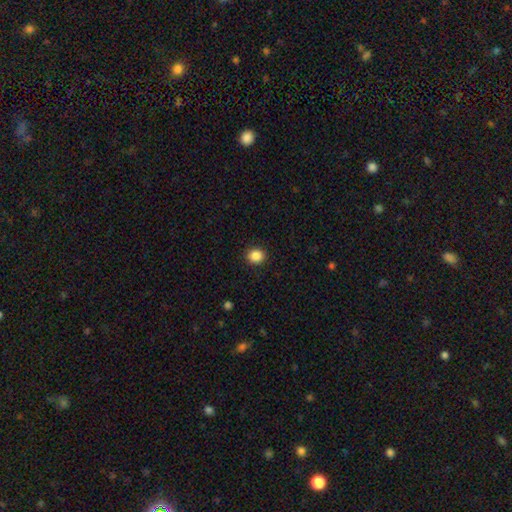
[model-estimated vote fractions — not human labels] Q: Smooth or featured?
A: smooth (87%); runner-up: star or artifact (10%)
Q: How rounded?
A: round (83%); runner-up: in between (16%)
Q: Merging?
A: none (91%); runner-up: minor disturbance (6%)